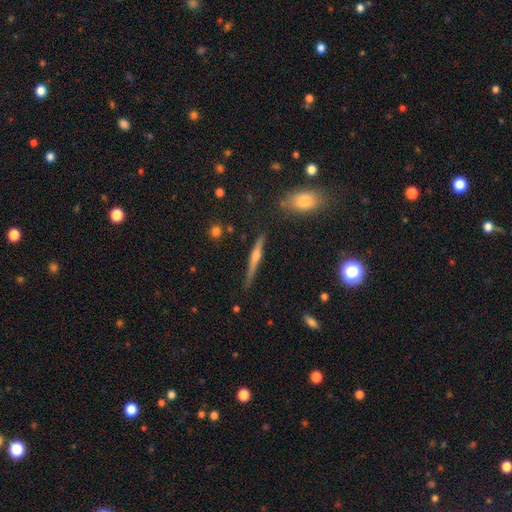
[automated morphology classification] A featured or disk galaxy (67%) viewed edge-on (97%) with a rounded central bulge (81%). Merging: none (83%).